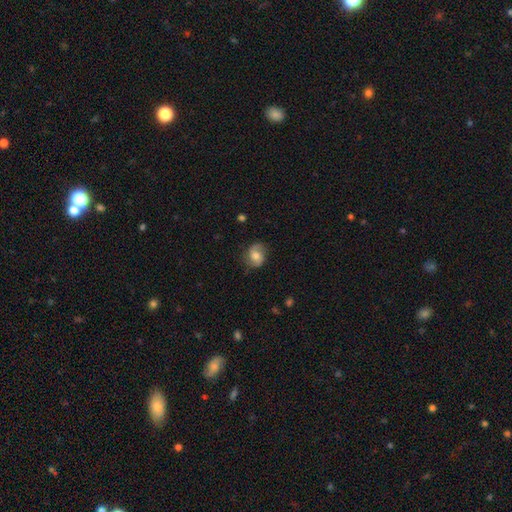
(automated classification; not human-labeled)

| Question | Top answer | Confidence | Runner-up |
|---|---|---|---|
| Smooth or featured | smooth | 51% | featured or disk (40%) |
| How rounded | round | 55% | in between (44%) |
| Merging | none | 72% | minor disturbance (21%) |